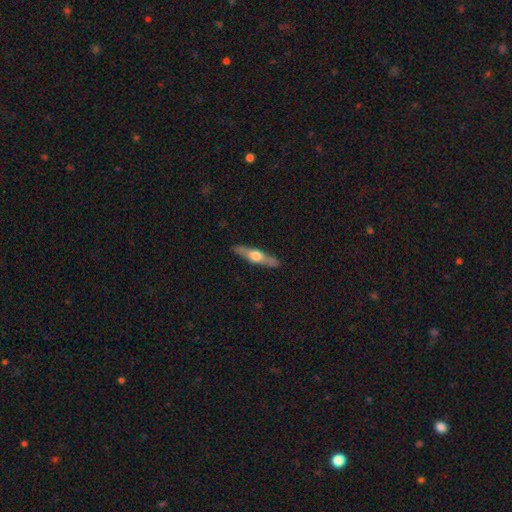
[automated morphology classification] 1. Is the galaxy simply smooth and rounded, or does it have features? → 58% featured or disk, 37% smooth, 5% star or artifact.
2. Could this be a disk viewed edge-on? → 93% yes, 7% no.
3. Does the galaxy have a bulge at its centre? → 94% rounded, 3% boxy, 3% none.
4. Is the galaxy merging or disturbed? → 90% none, 8% minor disturbance, 2% major disturbance, 1% merger.